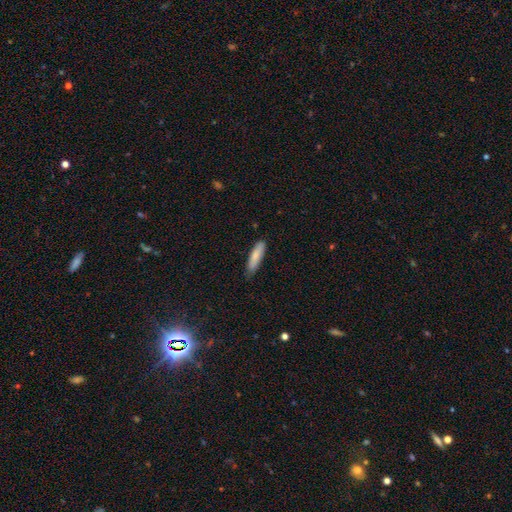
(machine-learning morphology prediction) smooth-or-featured: smooth: 81% | featured or disk: 13% | star or artifact: 6%
  how-rounded: cigar-shaped: 72% | in between: 26% | round: 1%
  merging: none: 80% | minor disturbance: 17% | major disturbance: 2% | merger: 1%